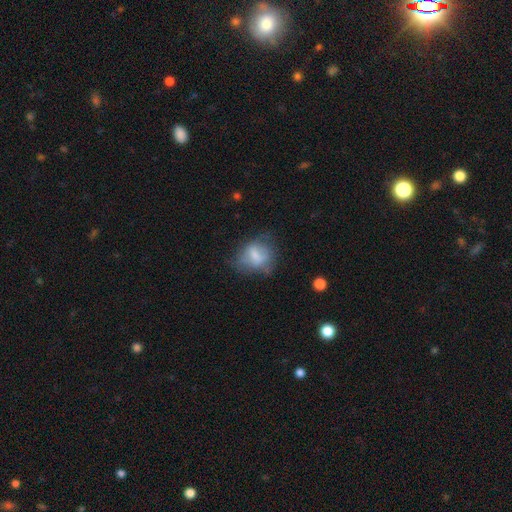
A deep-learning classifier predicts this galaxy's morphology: A smooth galaxy with no disk features (63%) that is in between round and cigar-shaped (55%).

Vote fractions:
- Smooth or featured? smooth: 63% / featured or disk: 28% / star or artifact: 10%
- How rounded? in between: 55% / round: 43% / cigar-shaped: 2%
- Merging? none: 46% / minor disturbance: 30% / major disturbance: 20% / merger: 4%